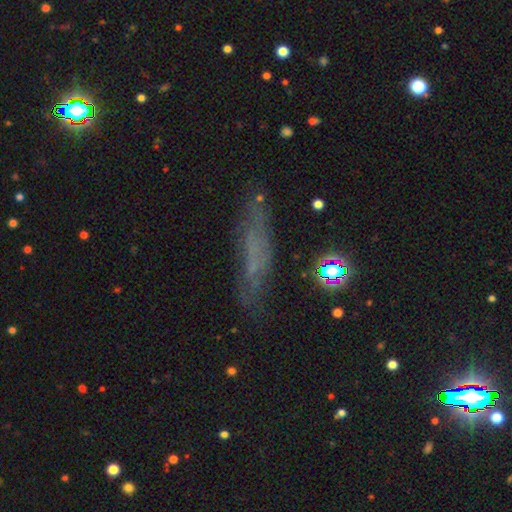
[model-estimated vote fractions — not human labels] A smooth galaxy with no disk features (41%). Merging: none (63%).